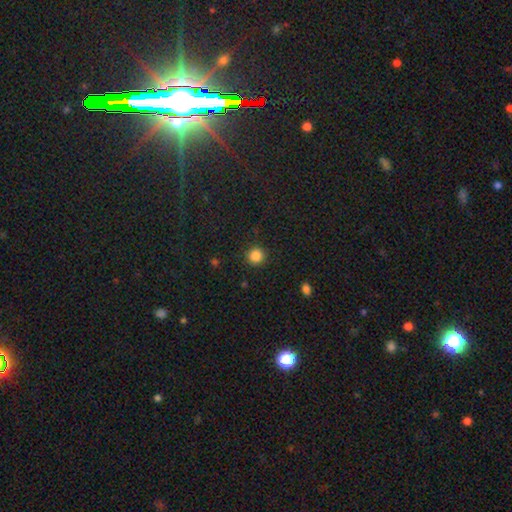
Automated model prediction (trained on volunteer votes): Smooth or featured?
  - smooth: 86% *
  - star or artifact: 11%
  - featured or disk: 3%
How rounded?
  - round: 94% *
  - in between: 5%
  - cigar-shaped: 1%
Merging?
  - none: 91% *
  - minor disturbance: 5%
  - major disturbance: 2%
  - merger: 1%